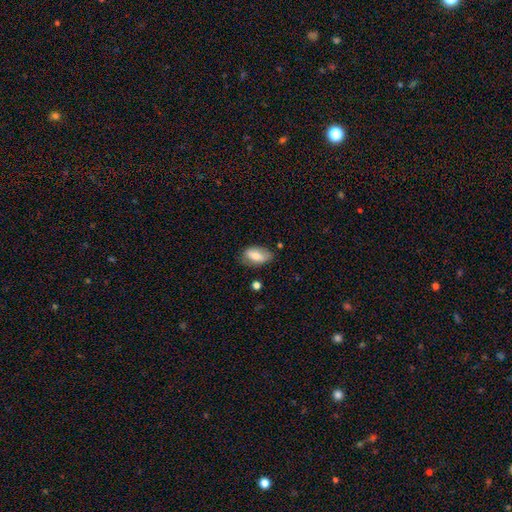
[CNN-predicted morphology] smooth_or_featured: smooth (p=0.68) [alt: featured or disk p=0.25]
how_rounded: in between (p=0.91) [alt: round p=0.05]
merging: none (p=0.71) [alt: minor disturbance p=0.22]